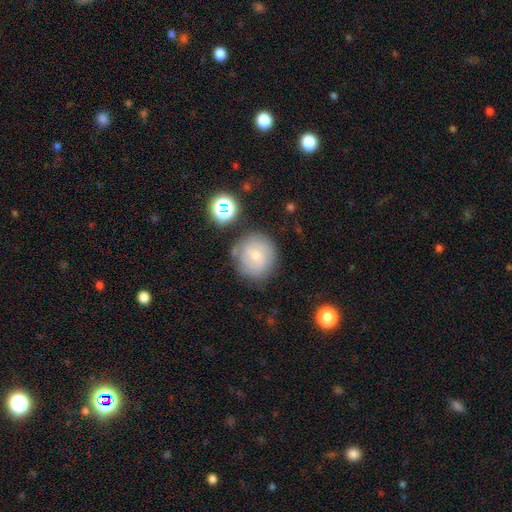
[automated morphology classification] The model was most divided on "smooth or featured": smooth: 60%, featured or disk: 29%, star or artifact: 11%. More confident: how rounded — round (90%); merging — none (67%).